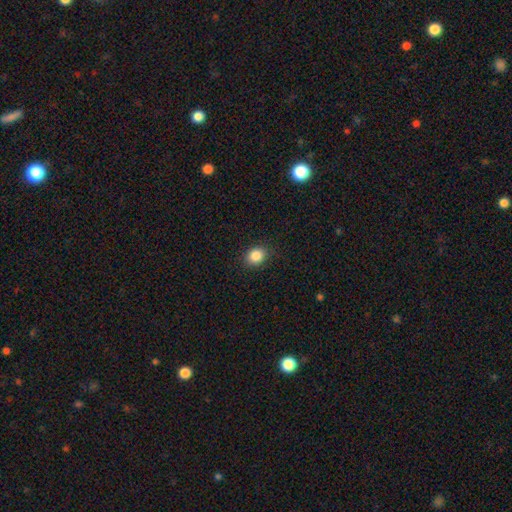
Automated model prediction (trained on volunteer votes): Morphology: type=smooth (86%); roundness=round (55%); merging=none (88%).